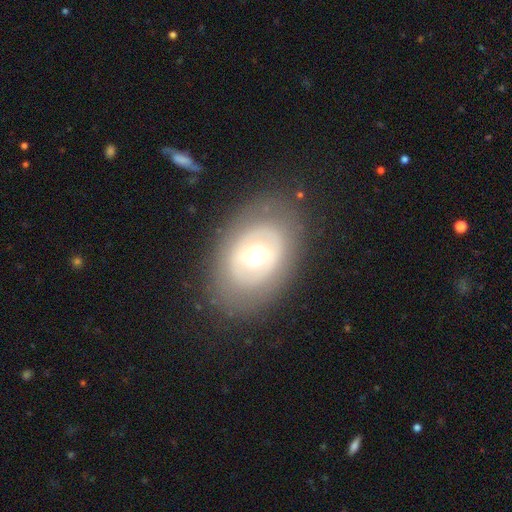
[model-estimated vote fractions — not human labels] Smooth or featured? featured or disk (59%)
Edge-on disk? no (93%)
Bar? no (60%)
Spiral arms? no (78%)
Bulge size? moderate (62%)
Merging? none (80%)